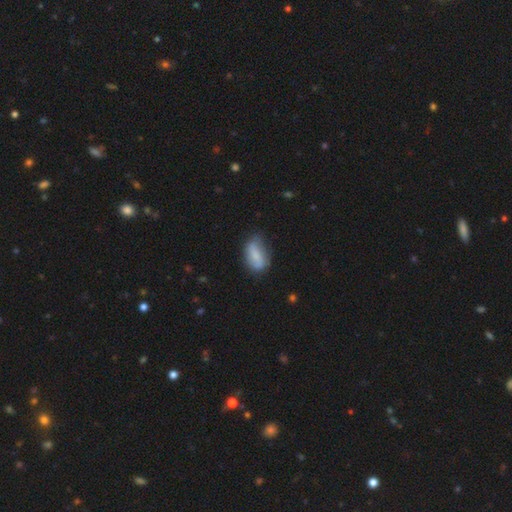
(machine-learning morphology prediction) smooth 72%, featured or disk 21%, star or artifact 7%. Down the decision tree: how rounded — in between (88%); merging — none (57%).